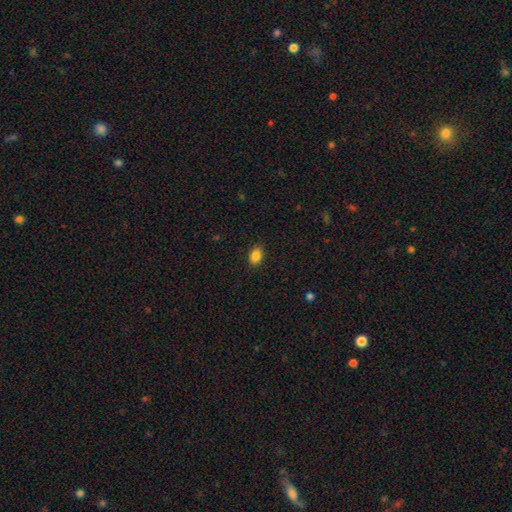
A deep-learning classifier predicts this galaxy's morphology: The model was most divided on "how rounded": in between: 76%, round: 23%, cigar-shaped: 1%. More confident: merging — none (87%); smooth or featured — smooth (87%).